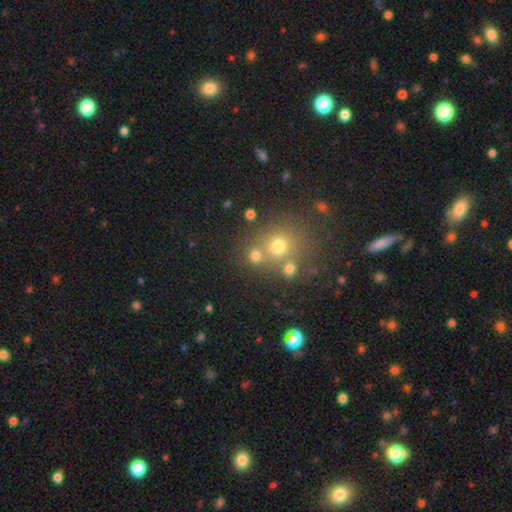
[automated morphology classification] This appears to be a smooth galaxy with no disk features (70%) that is round (85%). Merging: none (62%).